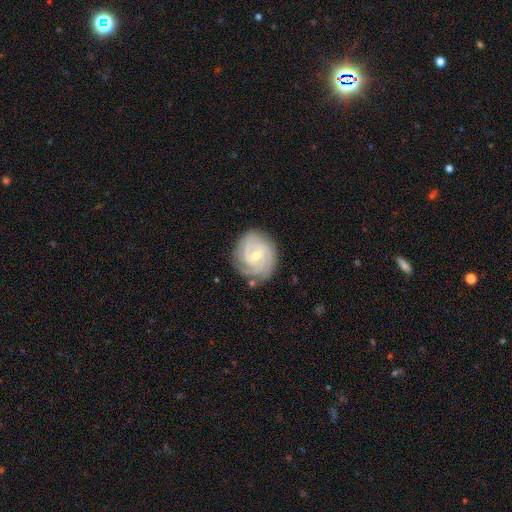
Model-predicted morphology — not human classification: type=featured or disk (88%); edge-on=no (98%); bar=weak (53%); spiral arms=yes (98%); winding=tight (71%); arm count=3 (36%); bulge=small (54%); merging=none (79%).